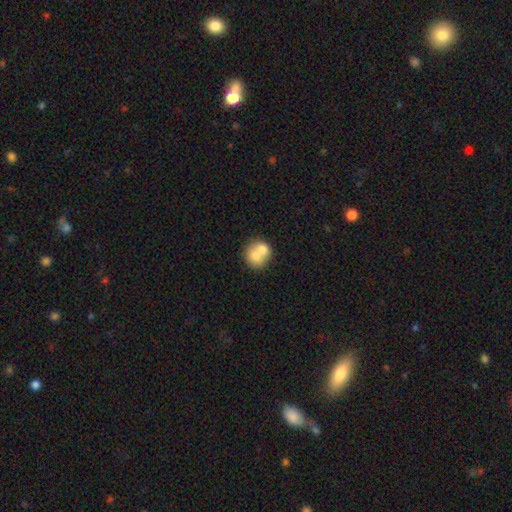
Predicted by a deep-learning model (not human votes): A smooth galaxy with no disk features (68%) that is round (81%). Merging: merger (55%).